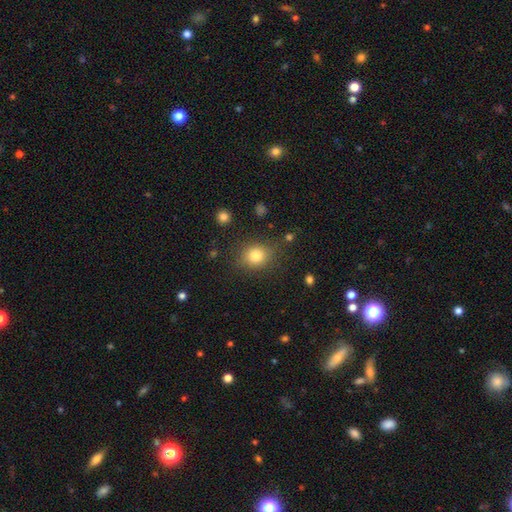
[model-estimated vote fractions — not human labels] smooth_or_featured: smooth (p=0.81) [alt: star or artifact p=0.12]
how_rounded: round (p=0.67) [alt: in between p=0.32]
merging: none (p=0.81) [alt: minor disturbance p=0.12]